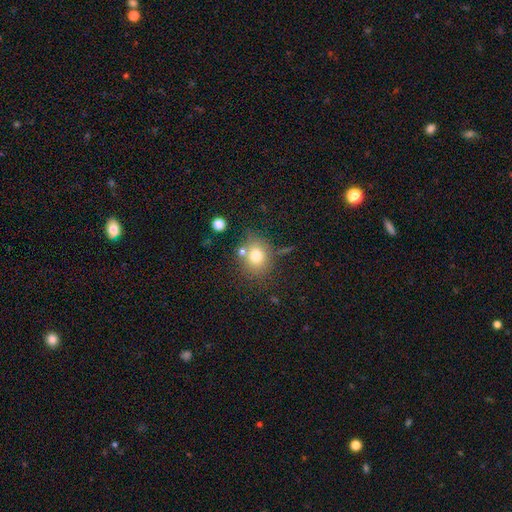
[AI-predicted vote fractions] This is likely a smooth galaxy (75%). How rounded: likely round (67%). Merging: likely none (67%).